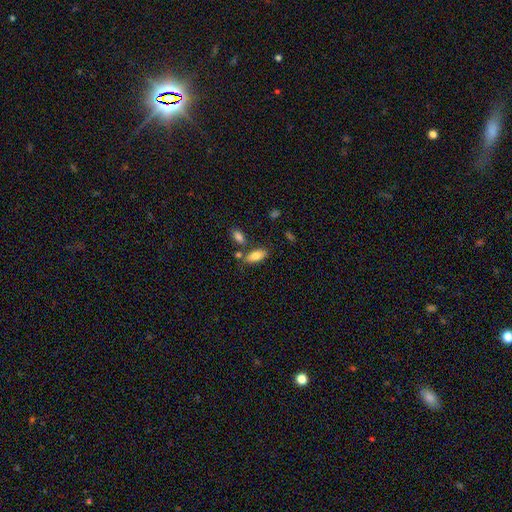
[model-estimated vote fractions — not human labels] Smooth or featured? smooth (79%)
How rounded? in between (86%)
Merging? none (68%)